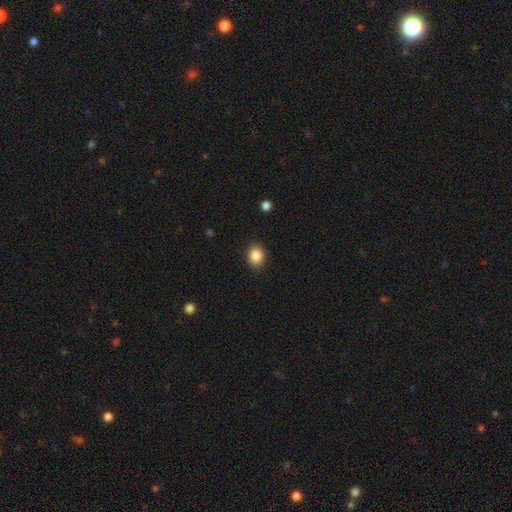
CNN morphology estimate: This appears to be a smooth galaxy with no disk features (86%) that is round (64%). Merging: none (89%).